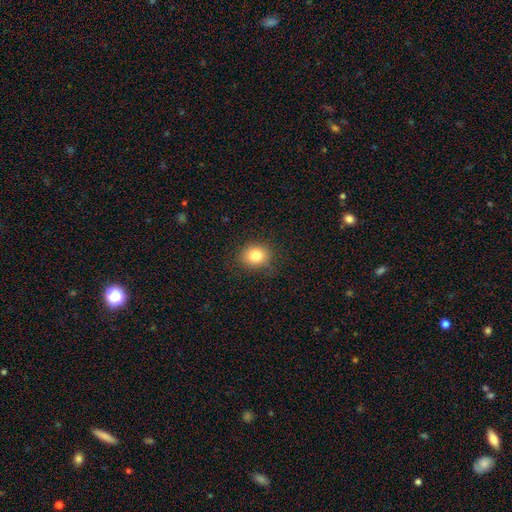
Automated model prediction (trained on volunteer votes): smooth_or_featured: smooth (p=0.81) [alt: star or artifact p=0.11]
how_rounded: round (p=0.70) [alt: in between p=0.30]
merging: none (p=0.84) [alt: minor disturbance p=0.11]